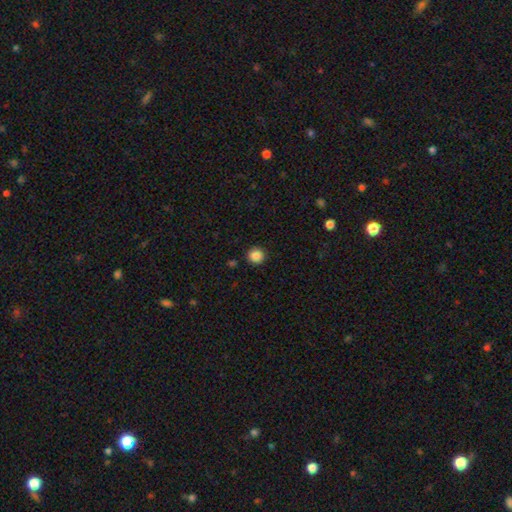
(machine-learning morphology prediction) This is clearly a smooth galaxy (87%). How rounded: clearly round (94%). Merging: clearly none (92%).